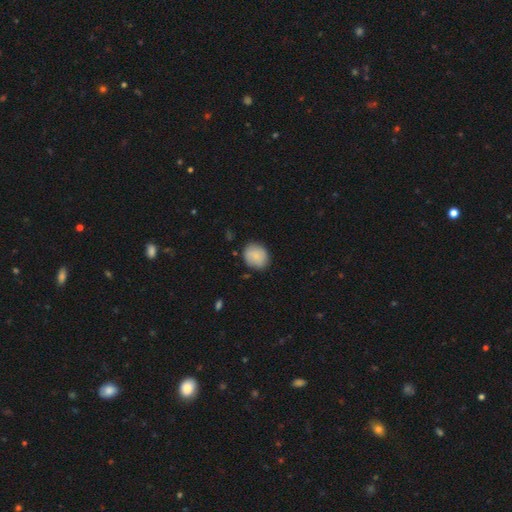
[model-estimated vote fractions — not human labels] A smooth galaxy with no disk features (80%) that is round (68%).

Vote fractions:
- Smooth or featured? smooth: 80% / featured or disk: 13% / star or artifact: 7%
- How rounded? round: 68% / in between: 31% / cigar-shaped: 1%
- Merging? none: 79% / minor disturbance: 16% / major disturbance: 3% / merger: 2%